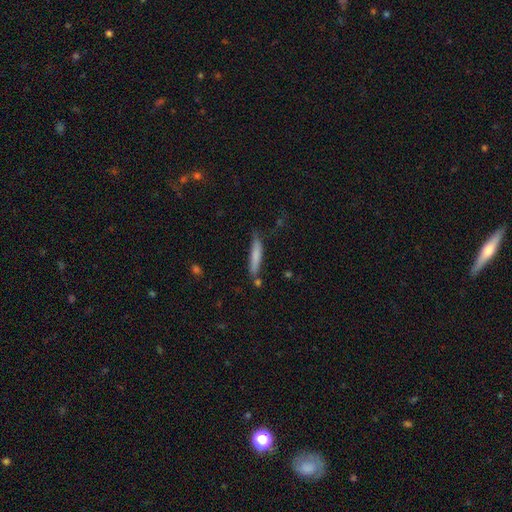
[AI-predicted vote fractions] Overall: smooth (73%). How rounded: cigar-shaped (90%). Merging: none (66%).